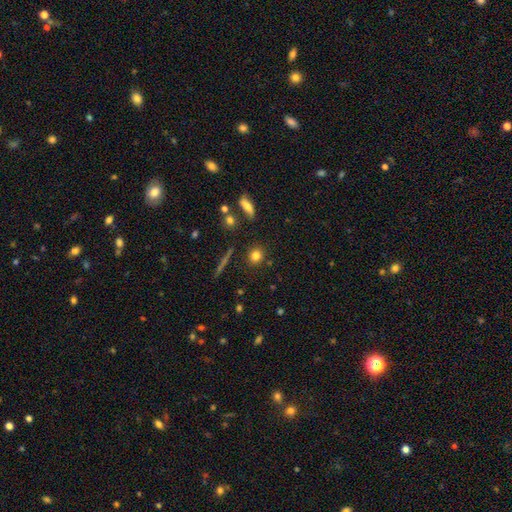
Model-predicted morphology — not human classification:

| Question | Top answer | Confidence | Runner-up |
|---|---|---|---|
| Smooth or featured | smooth | 80% | star or artifact (12%) |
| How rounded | round | 78% | in between (19%) |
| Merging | none | 85% | minor disturbance (8%) |